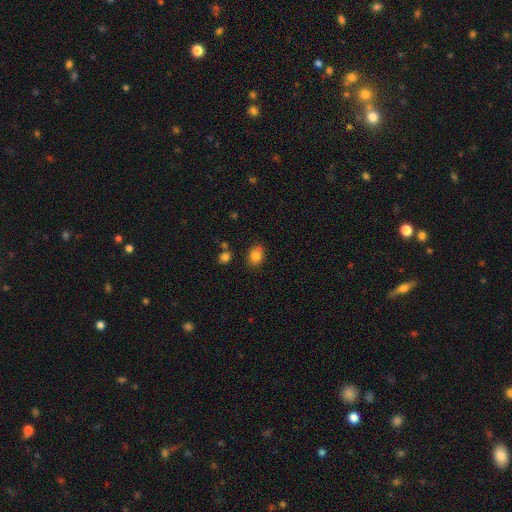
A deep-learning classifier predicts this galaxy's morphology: smooth_or_featured: smooth (p=0.84) [alt: star or artifact p=0.10]
how_rounded: in between (p=0.60) [alt: round p=0.39]
merging: none (p=0.79) [alt: minor disturbance p=0.14]